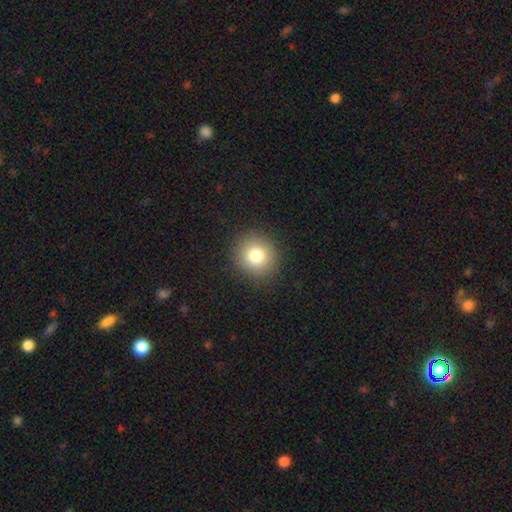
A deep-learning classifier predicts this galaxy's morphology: This appears to be a smooth galaxy with no disk features (80%) that is round (92%). Merging: none (91%).